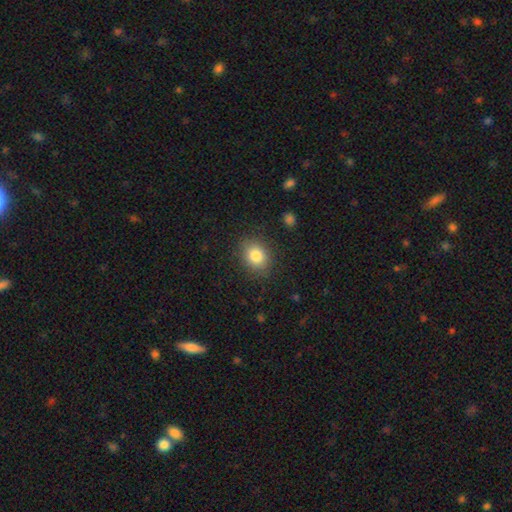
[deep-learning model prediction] smooth_or_featured: smooth (p=0.82) [alt: star or artifact p=0.10]
how_rounded: round (p=0.54) [alt: in between p=0.45]
merging: none (p=0.86) [alt: minor disturbance p=0.10]